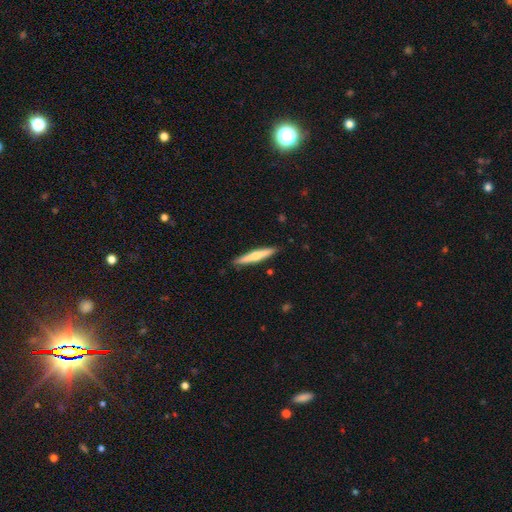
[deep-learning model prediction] Overall: smooth (49%; featured or disk 45%). Merging: none (90%).